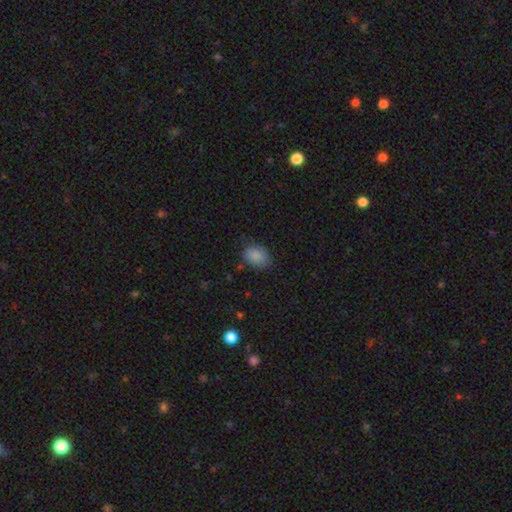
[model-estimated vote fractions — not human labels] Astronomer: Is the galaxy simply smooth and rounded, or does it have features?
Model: smooth — 86%.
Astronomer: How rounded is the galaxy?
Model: in between — 74%.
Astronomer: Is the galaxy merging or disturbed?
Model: none — 74%.